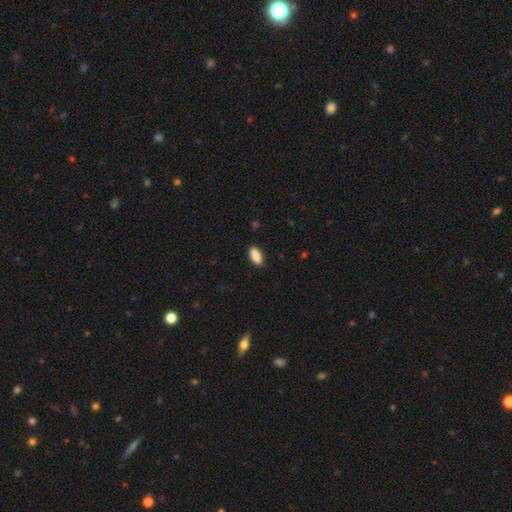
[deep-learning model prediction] smooth_or_featured: smooth (p=0.89) [alt: star or artifact p=0.07]
how_rounded: in between (p=0.84) [alt: cigar-shaped p=0.14]
merging: none (p=0.86) [alt: minor disturbance p=0.11]